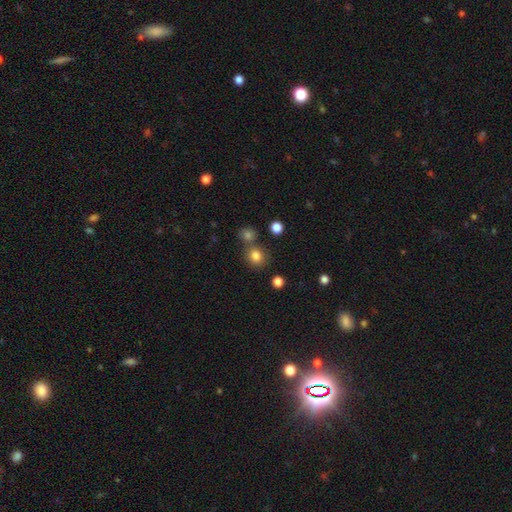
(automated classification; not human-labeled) This is clearly a smooth galaxy (81%). How rounded: clearly round (81%). Merging: likely none (69%).